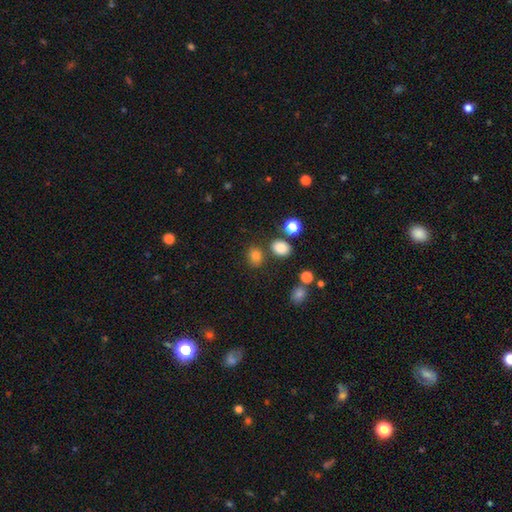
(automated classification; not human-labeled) Morphology: type=smooth (81%); roundness=round (55%); merging=none (75%).